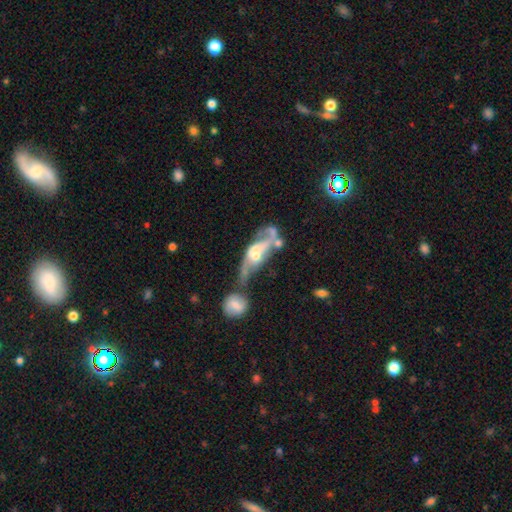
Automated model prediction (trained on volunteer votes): The model was most divided on "merging": merger: 39%, none: 25%, major disturbance: 21%, minor disturbance: 15%. More confident: edge-on disk — no (78%); smooth or featured — featured or disk (72%); spiral arms — yes (66%); bar — no (55%); bulge size — moderate (50%).